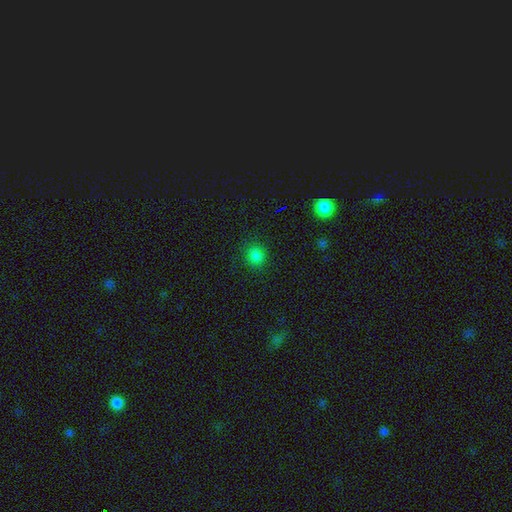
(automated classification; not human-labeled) Morphology: type=smooth (80%); roundness=round (87%); merging=none (88%).